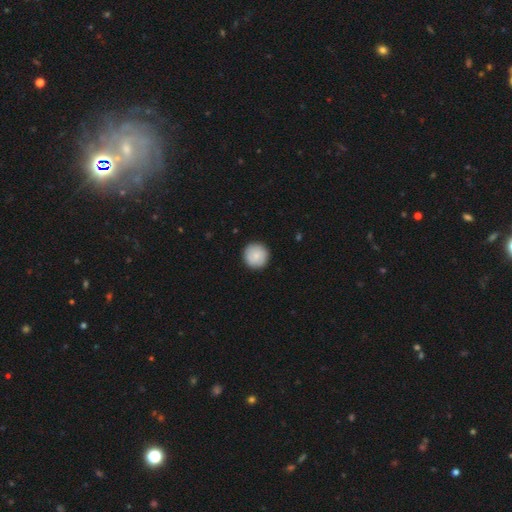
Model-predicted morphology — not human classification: Q: Smooth or featured?
A: smooth (84%); runner-up: featured or disk (10%)
Q: How rounded?
A: round (96%); runner-up: in between (3%)
Q: Merging?
A: none (91%); runner-up: minor disturbance (6%)